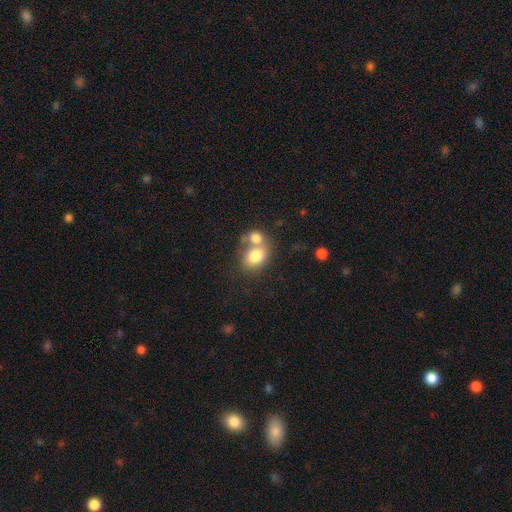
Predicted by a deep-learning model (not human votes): smooth-or-featured: smooth: 78% | featured or disk: 13% | star or artifact: 8%
  how-rounded: in between: 60% | round: 39% | cigar-shaped: 1%
  merging: merger: 58% | none: 28% | minor disturbance: 9% | major disturbance: 5%